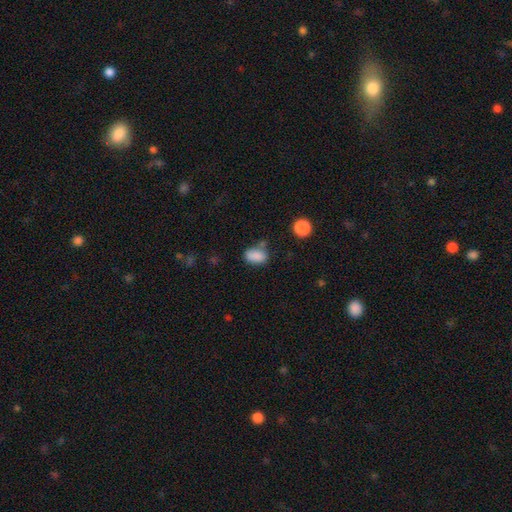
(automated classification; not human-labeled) Smooth or featured? smooth (85%)
How rounded? in between (84%)
Merging? none (58%)